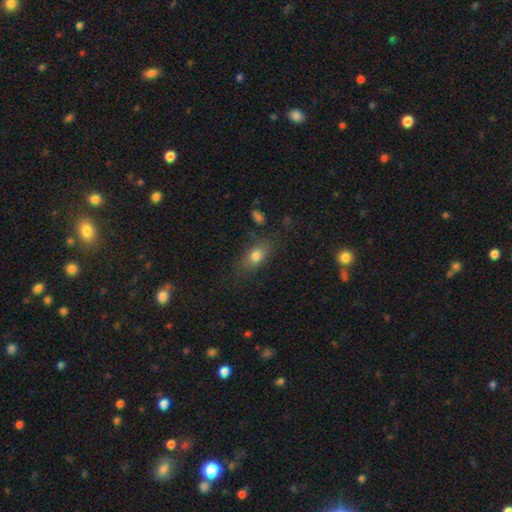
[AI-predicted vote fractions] Q: Smooth or featured?
A: smooth (76%); runner-up: featured or disk (13%)
Q: How rounded?
A: in between (76%); runner-up: round (16%)
Q: Merging?
A: none (71%); runner-up: minor disturbance (18%)